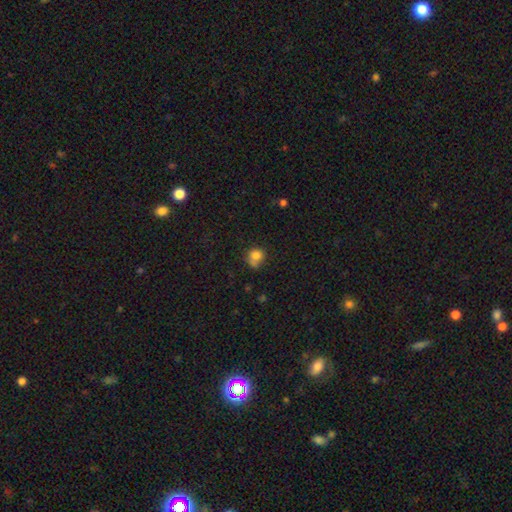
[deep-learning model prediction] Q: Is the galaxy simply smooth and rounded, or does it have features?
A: smooth — 79%.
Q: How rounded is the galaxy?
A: round — 74%.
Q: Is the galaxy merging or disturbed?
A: none — 45%.